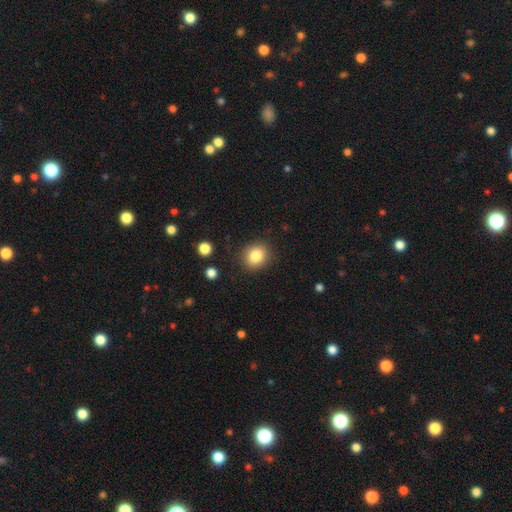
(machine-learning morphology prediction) smooth 83%, star or artifact 10%, featured or disk 7%. Down the decision tree: how rounded — round (74%); merging — none (88%).